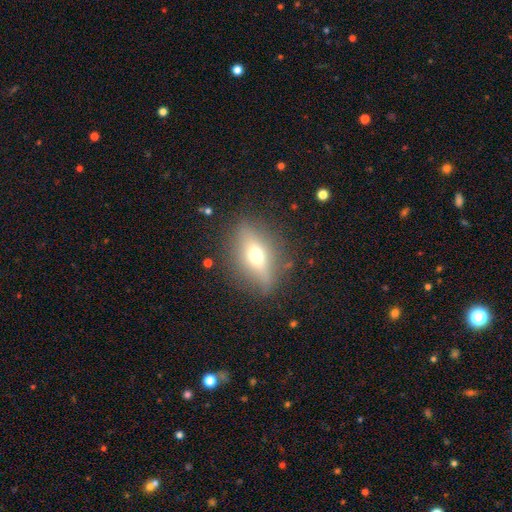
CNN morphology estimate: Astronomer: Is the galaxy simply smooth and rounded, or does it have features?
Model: smooth — 46% (runner-up: featured or disk, 43%).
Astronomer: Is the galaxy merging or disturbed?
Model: none — 80%.